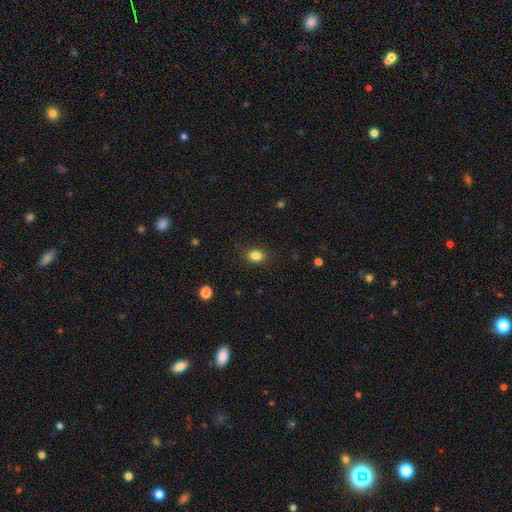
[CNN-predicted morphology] Smooth or featured? Predicted: smooth (p=0.85). How rounded? Predicted: in between (p=0.72). Merging? Predicted: none (p=0.86).